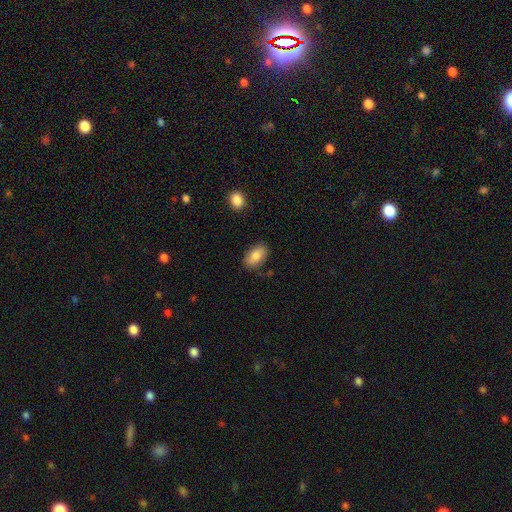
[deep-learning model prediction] smooth 83%, featured or disk 10%, star or artifact 7%. Down the decision tree: how rounded — in between (93%); merging — none (82%).